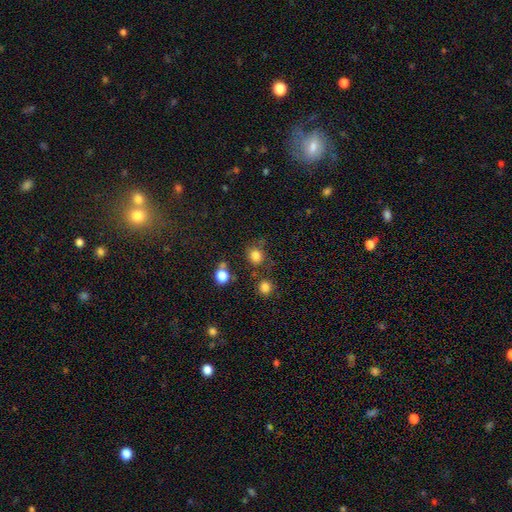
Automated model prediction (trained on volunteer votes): The model was most divided on "merging": none: 71%, minor disturbance: 14%, merger: 9%, major disturbance: 6%. More confident: how rounded — round (81%); smooth or featured — smooth (80%).